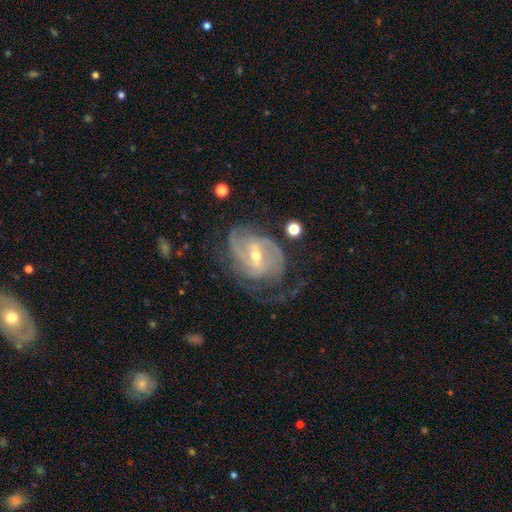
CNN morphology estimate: featured or disk 89%, smooth 6%, star or artifact 5%. Down the decision tree: edge-on disk — no (96%); bar — weak (46%); spiral arms — yes (96%); spiral arm count — 2 (41%); spiral winding — tight (47%); bulge size — small (53%); merging — none (54%).